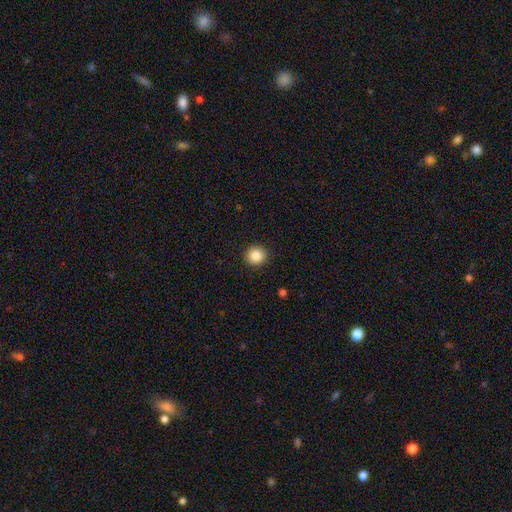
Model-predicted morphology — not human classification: A smooth galaxy with no disk features (86%) that is round (92%). Merging: none (92%).